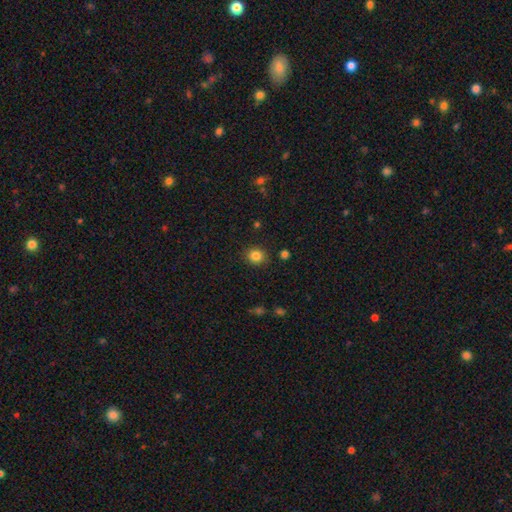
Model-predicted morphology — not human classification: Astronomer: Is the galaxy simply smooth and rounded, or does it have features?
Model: smooth — 84%.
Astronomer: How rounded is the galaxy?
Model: round — 82%.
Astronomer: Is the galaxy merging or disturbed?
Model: none — 89%.